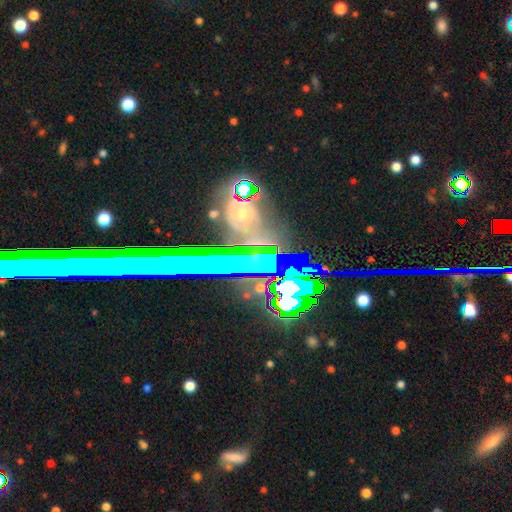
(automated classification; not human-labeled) smooth-or-featured: star or artifact: 54% | featured or disk: 31% | smooth: 15%